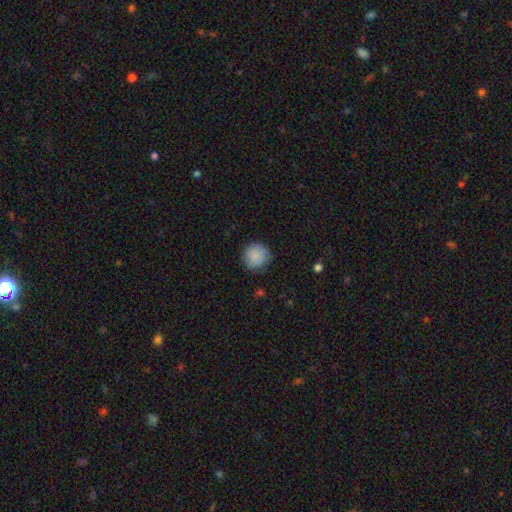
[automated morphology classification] smooth-or-featured: smooth: 87% | star or artifact: 7% | featured or disk: 6%
  how-rounded: round: 92% | in between: 7% | cigar-shaped: 1%
  merging: none: 81% | minor disturbance: 15% | major disturbance: 3% | merger: 1%